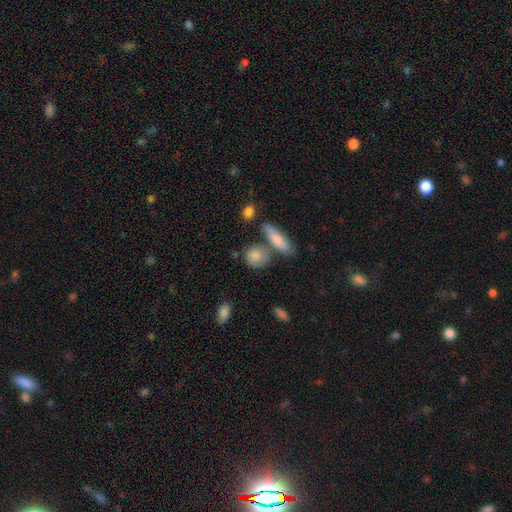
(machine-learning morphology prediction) Q: Smooth or featured?
A: smooth (82%); runner-up: featured or disk (11%)
Q: How rounded?
A: round (62%); runner-up: in between (30%)
Q: Merging?
A: none (61%); runner-up: merger (18%)